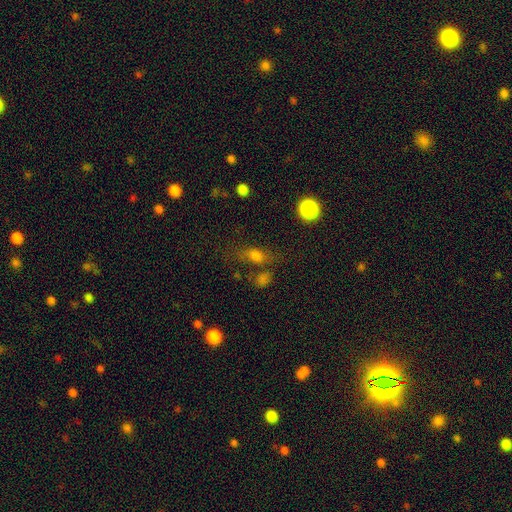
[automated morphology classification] The model was most divided on "merging": none: 53%, minor disturbance: 17%, merger: 17%, major disturbance: 13%. More confident: how rounded — in between (68%); smooth or featured — smooth (66%).